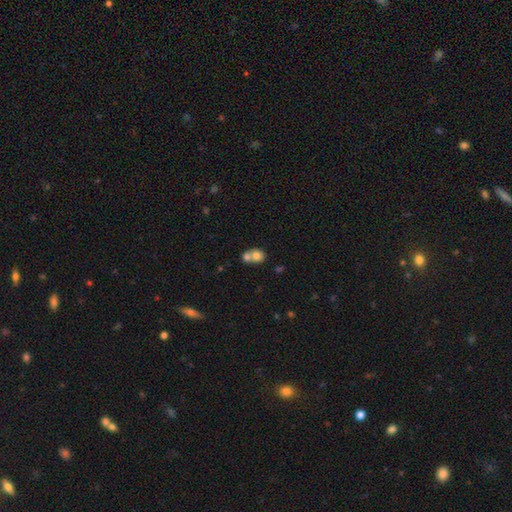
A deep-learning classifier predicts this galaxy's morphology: Smooth or featured? smooth (73%)
How rounded? round (66%)
Merging? merger (64%)